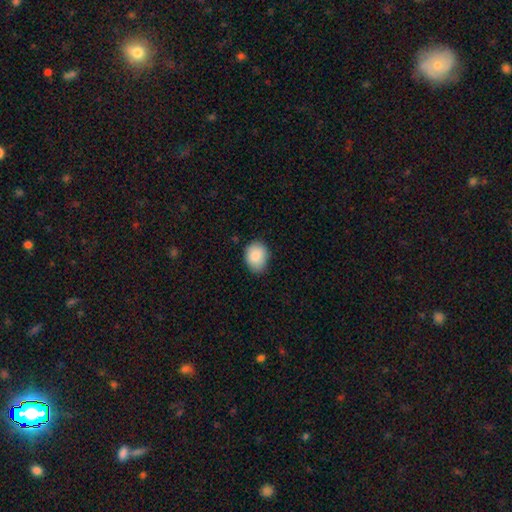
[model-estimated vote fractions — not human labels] This is clearly a smooth galaxy (87%). How rounded: likely in between (64%). Merging: likely none (73%).